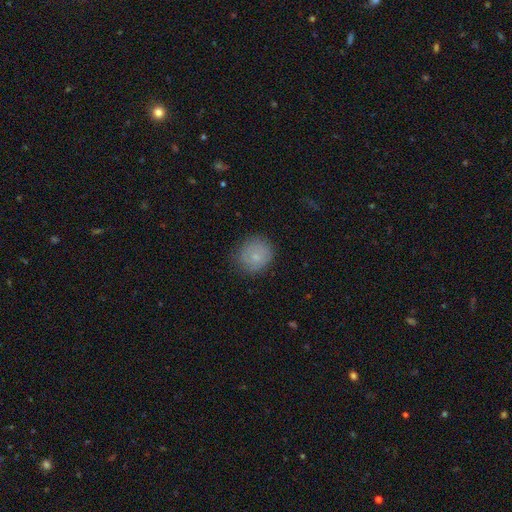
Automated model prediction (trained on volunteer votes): Smooth or featured? smooth (77%)
How rounded? round (83%)
Merging? none (79%)